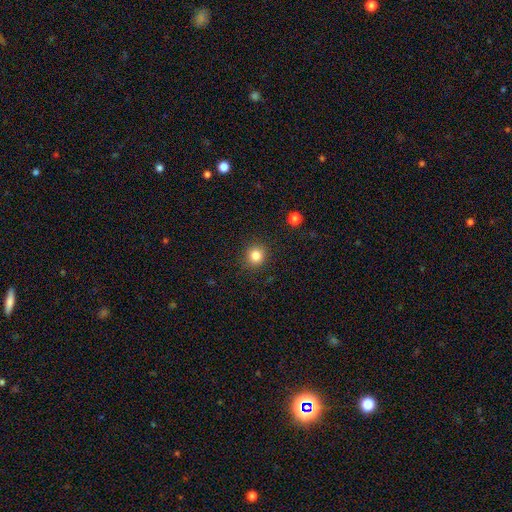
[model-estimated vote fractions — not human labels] A smooth galaxy with no disk features (83%) that is round (90%).

Vote fractions:
- Smooth or featured? smooth: 83% / star or artifact: 12% / featured or disk: 5%
- How rounded? round: 90% / in between: 9% / cigar-shaped: 1%
- Merging? none: 90% / minor disturbance: 7% / major disturbance: 2% / merger: 1%